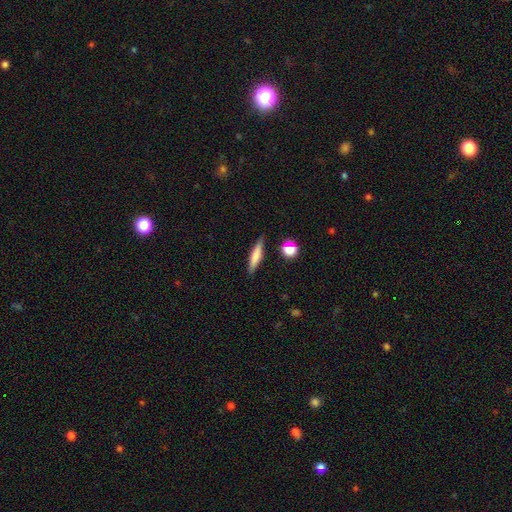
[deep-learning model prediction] smooth-or-featured: smooth: 70% | featured or disk: 23% | star or artifact: 7%
  how-rounded: cigar-shaped: 83% | in between: 15% | round: 2%
  merging: none: 85% | minor disturbance: 11% | merger: 3% | major disturbance: 2%